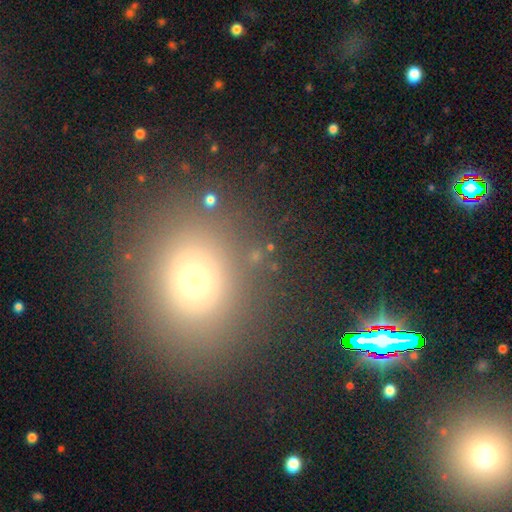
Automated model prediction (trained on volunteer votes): smooth-or-featured: smooth: 65% | star or artifact: 23% | featured or disk: 12%
  how-rounded: round: 65% | in between: 34% | cigar-shaped: 1%
  merging: none: 83% | minor disturbance: 9% | major disturbance: 5% | merger: 3%